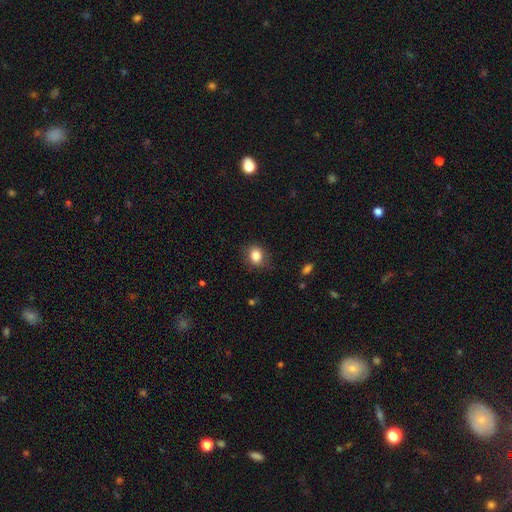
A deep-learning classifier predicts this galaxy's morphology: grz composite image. It shows a smooth galaxy with no disk features (83%) that is round (56%). Merging: none (80%).